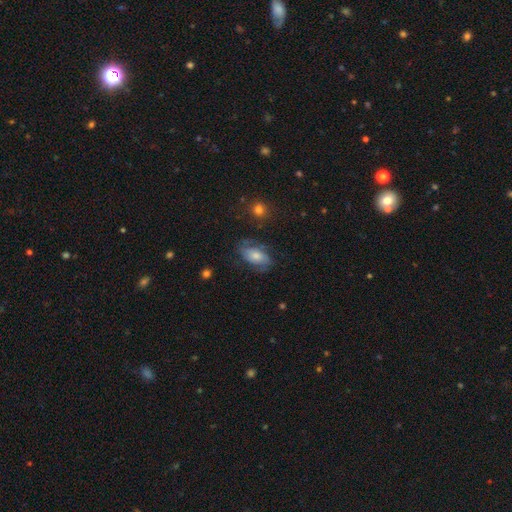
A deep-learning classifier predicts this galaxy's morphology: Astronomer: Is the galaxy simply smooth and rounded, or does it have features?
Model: smooth — 54% (runner-up: featured or disk, 38%).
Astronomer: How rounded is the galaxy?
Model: in between — 90%.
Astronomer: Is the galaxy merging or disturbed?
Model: none — 61%.